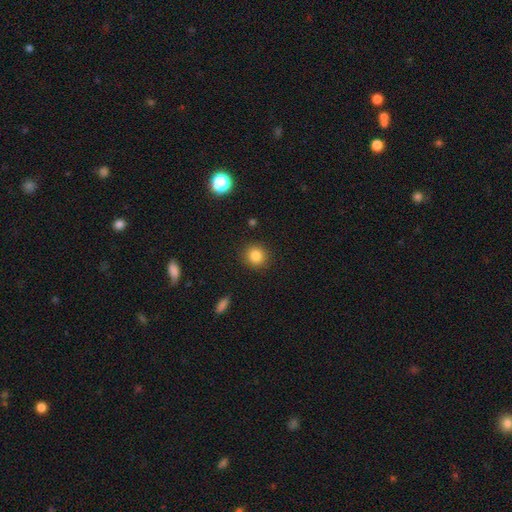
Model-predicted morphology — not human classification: Smooth or featured: smooth — 84% (star or artifact — 11%)
How rounded: round — 89% (in between — 10%)
Merging: none — 90% (minor disturbance — 6%)